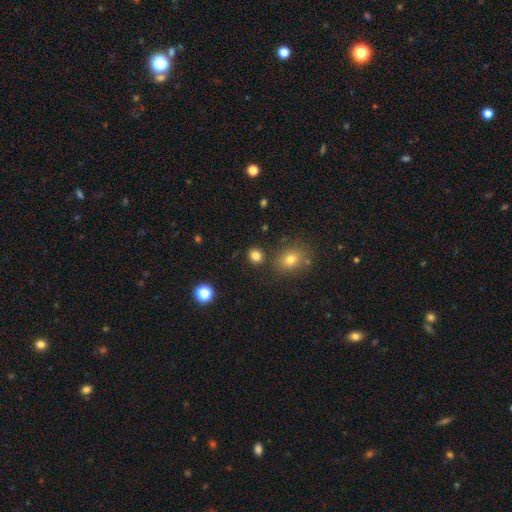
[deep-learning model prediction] A smooth galaxy with no disk features (82%) that is round (66%). Merging: none (82%).